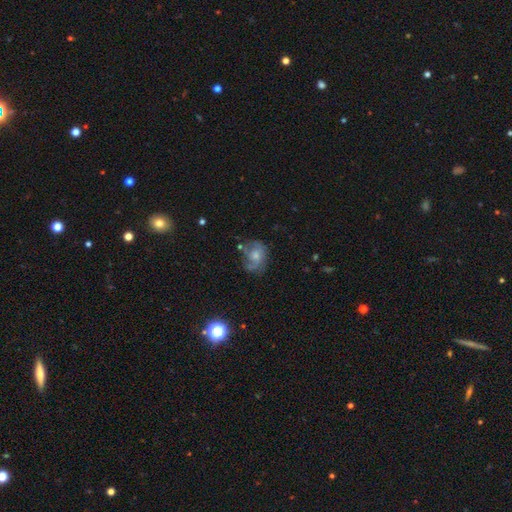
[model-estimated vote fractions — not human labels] Smooth or featured?
  - featured or disk: 55% *
  - smooth: 35%
  - star or artifact: 10%
Edge-on disk?
  - no: 97% *
  - yes: 3%
Bar?
  - no: 78% *
  - weak: 19%
  - strong: 3%
Spiral arms?
  - yes: 73% *
  - no: 27%
Bulge size?
  - moderate: 47% *
  - small: 42%
  - none: 5%
  - large: 4%
  - dominant: 1%
Merging?
  - none: 50% *
  - minor disturbance: 26%
  - major disturbance: 20%
  - merger: 4%